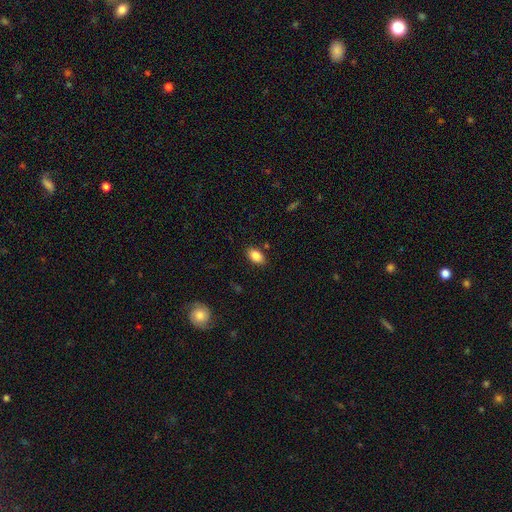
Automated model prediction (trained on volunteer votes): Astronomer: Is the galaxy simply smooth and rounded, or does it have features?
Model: smooth — 85%.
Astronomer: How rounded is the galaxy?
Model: in between — 91%.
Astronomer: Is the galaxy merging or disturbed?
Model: none — 85%.